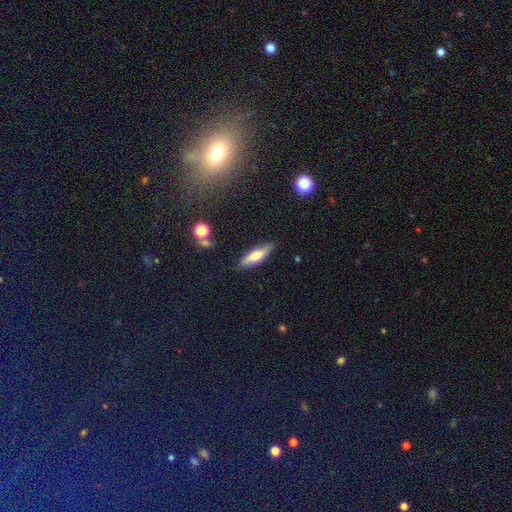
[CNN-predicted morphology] Smooth or featured? Predicted: smooth (p=0.57). How rounded? Predicted: cigar-shaped (p=0.67). Merging? Predicted: none (p=0.84).